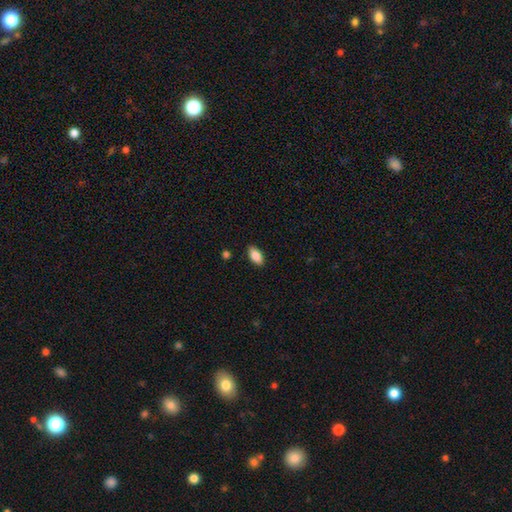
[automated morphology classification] A smooth galaxy with no disk features (85%) that is in between round and cigar-shaped (91%). Merging: none (88%).